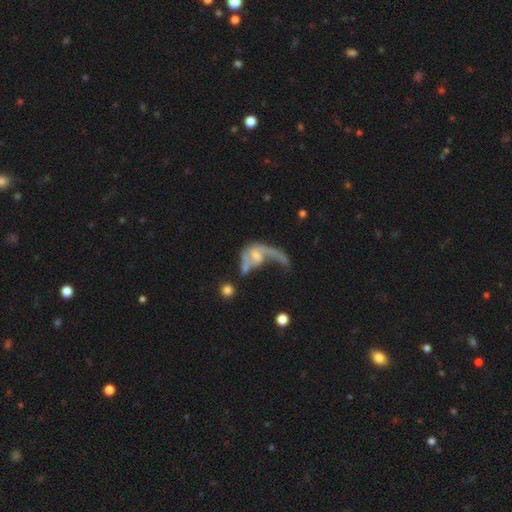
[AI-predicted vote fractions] This appears to be a featured or disk galaxy (69%) with no bar (55%), spiral arms (68%) and a small central bulge (36%). Merging: major disturbance (51%).